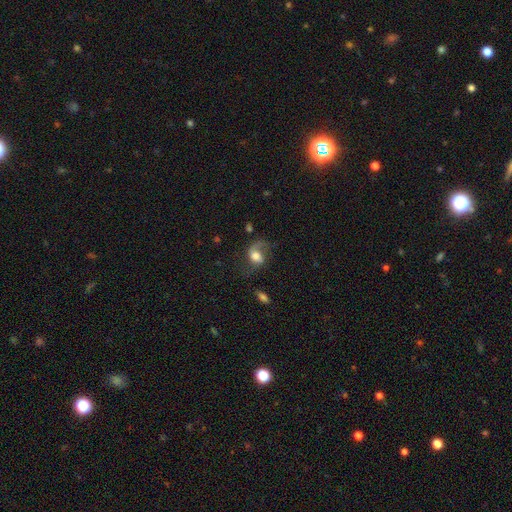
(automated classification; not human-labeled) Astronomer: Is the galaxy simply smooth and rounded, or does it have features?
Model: featured or disk — 57% (runner-up: smooth, 34%).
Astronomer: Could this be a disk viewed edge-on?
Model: no — 96%.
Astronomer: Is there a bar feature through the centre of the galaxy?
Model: no — 55% (runner-up: weak, 34%).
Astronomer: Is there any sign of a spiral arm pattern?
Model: yes — 88%.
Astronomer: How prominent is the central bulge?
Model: moderate — 43% (runner-up: large, 38%).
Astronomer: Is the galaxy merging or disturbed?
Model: none — 44% (runner-up: major disturbance, 33%).